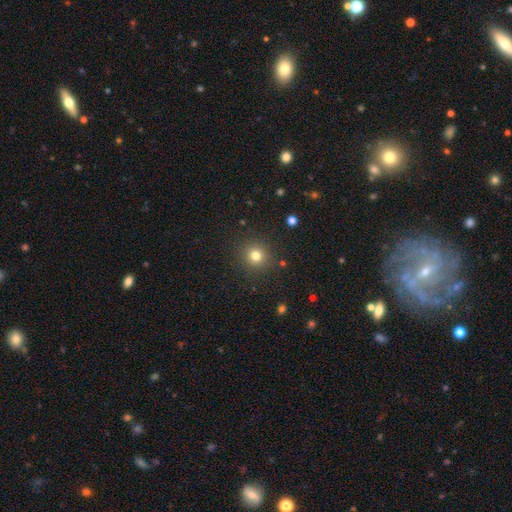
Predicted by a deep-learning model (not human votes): A smooth galaxy with no disk features (78%) that is round (93%).

Vote fractions:
- Smooth or featured? smooth: 78% / star or artifact: 15% / featured or disk: 7%
- How rounded? round: 93% / in between: 6% / cigar-shaped: 1%
- Merging? none: 90% / minor disturbance: 6% / major disturbance: 3% / merger: 2%